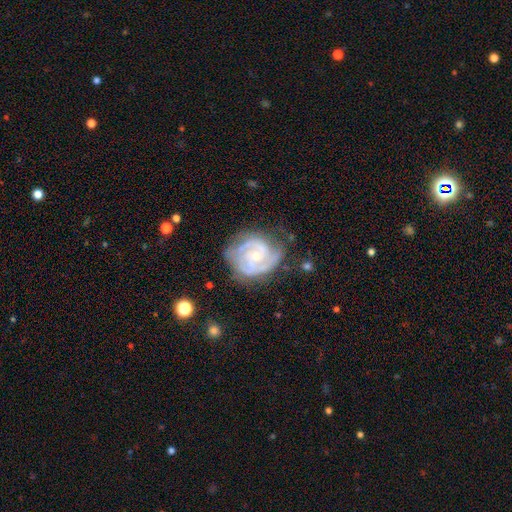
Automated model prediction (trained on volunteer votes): This appears to be a featured or disk galaxy (87%) with no bar (66%), 2 (44%) tight (59%) spiral arms (96%) and a small central bulge (60%). Merging: none (64%).